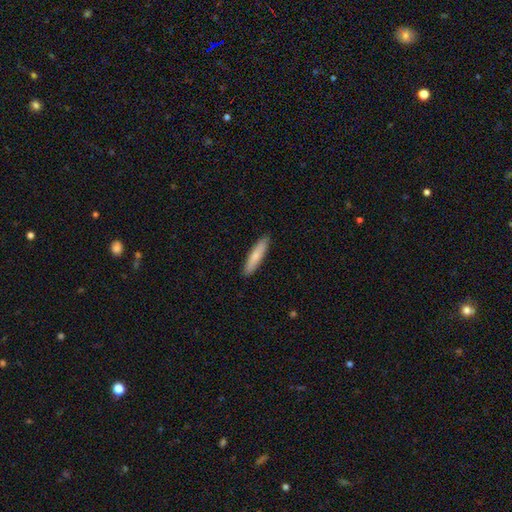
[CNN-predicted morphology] The model was most divided on "smooth or featured": smooth: 75%, featured or disk: 20%, star or artifact: 5%. More confident: merging — none (90%); how rounded — cigar-shaped (85%).